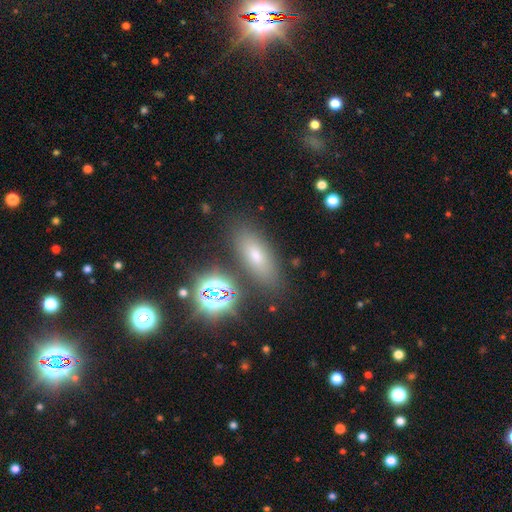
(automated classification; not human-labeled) A smooth galaxy with no disk features (62%) that is in between round and cigar-shaped (71%).

Vote fractions:
- Smooth or featured? smooth: 62% / star or artifact: 21% / featured or disk: 17%
- How rounded? in between: 71% / cigar-shaped: 22% / round: 7%
- Merging? none: 81% / minor disturbance: 10% / merger: 4% / major disturbance: 4%